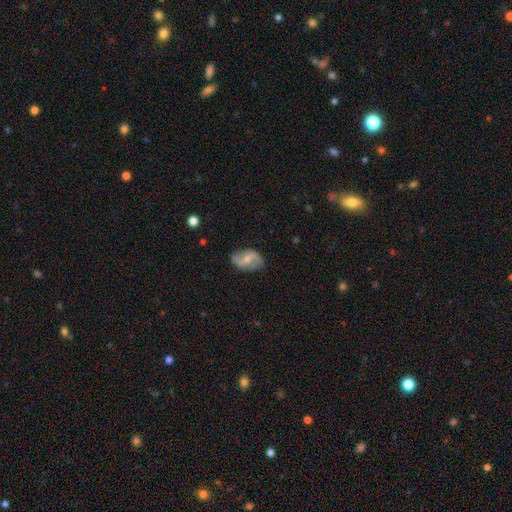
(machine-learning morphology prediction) type=featured or disk (71%); edge-on=no (96%); bar=weak (45%); spiral arms=yes (86%); winding=medium (43%); arm count=2 (87%); bulge=moderate (49%); merging=none (82%).